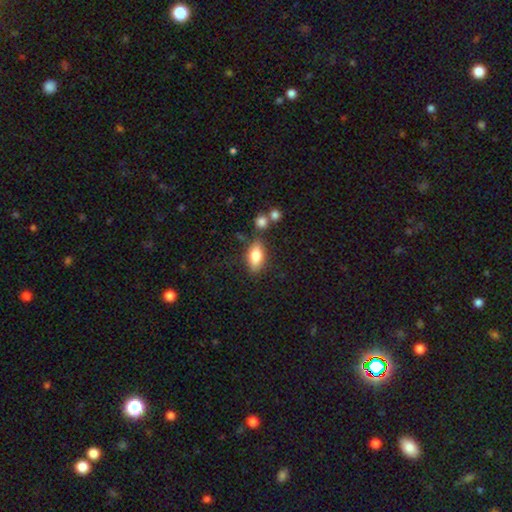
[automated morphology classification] This appears to be a smooth galaxy with no disk features (77%) that is in between round and cigar-shaped (85%). Merging: none (76%).